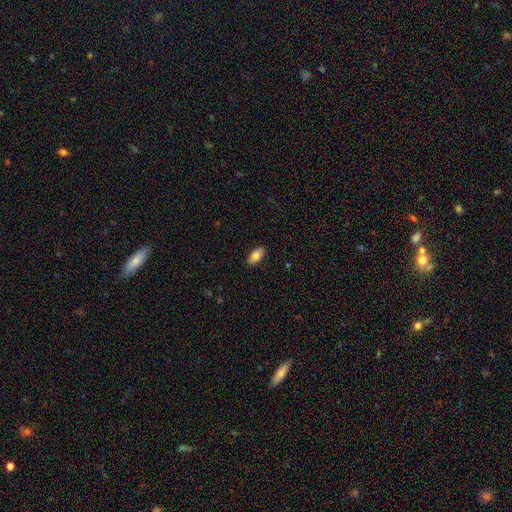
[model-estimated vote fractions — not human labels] smooth_or_featured: smooth (p=0.82) [alt: featured or disk p=0.11]
how_rounded: in between (p=0.90) [alt: cigar-shaped p=0.08]
merging: none (p=0.88) [alt: minor disturbance p=0.09]